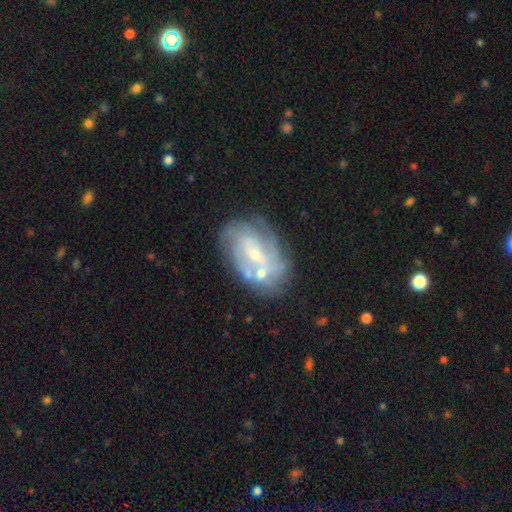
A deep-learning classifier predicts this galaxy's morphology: The model was most divided on "bar": no: 55%, weak: 35%, strong: 11%. Remaining: edge-on disk — no (96%); spiral arms — yes (78%); smooth or featured — featured or disk (75%); bulge size — small (69%); merging — none (59%); spiral winding — tight (55%); spiral arm count — can't tell (46%).